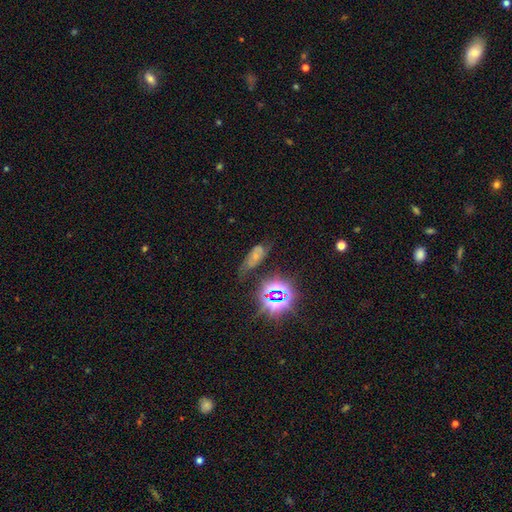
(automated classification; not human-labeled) Q: Smooth or featured?
A: smooth (41%); runner-up: star or artifact (31%)
Q: Merging?
A: none (47%); runner-up: minor disturbance (29%)